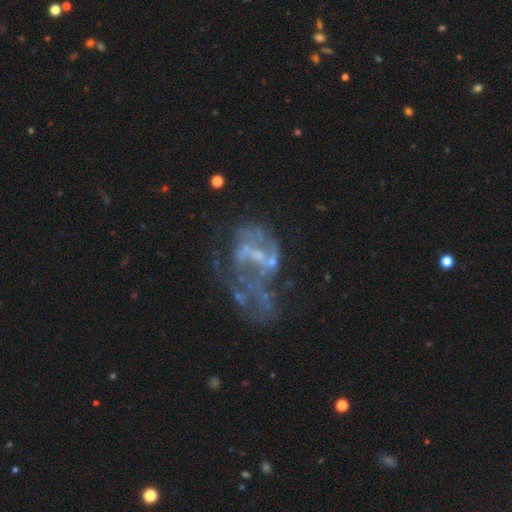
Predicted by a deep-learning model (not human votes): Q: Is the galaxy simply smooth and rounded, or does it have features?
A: featured or disk — 73%.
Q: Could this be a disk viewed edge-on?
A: no — 98%.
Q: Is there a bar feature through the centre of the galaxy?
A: no — 68%.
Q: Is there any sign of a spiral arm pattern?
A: no — 66%.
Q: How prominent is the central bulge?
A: none — 51%.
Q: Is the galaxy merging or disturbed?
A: major disturbance — 40%.